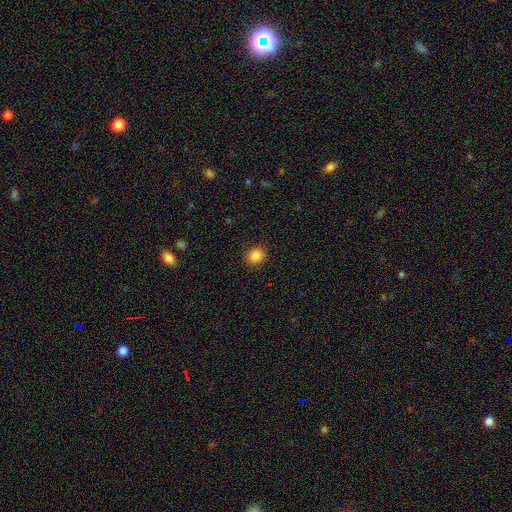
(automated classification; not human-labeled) A smooth galaxy with no disk features (86%) that is round (74%).

Vote fractions:
- Smooth or featured? smooth: 86% / star or artifact: 10% / featured or disk: 4%
- How rounded? round: 74% / in between: 25% / cigar-shaped: 1%
- Merging? none: 90% / minor disturbance: 7% / major disturbance: 2% / merger: 1%